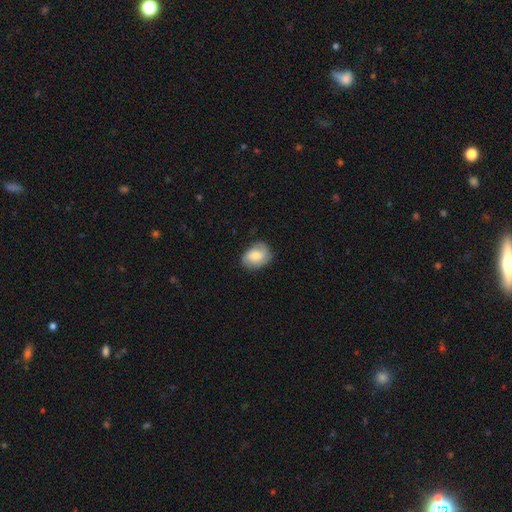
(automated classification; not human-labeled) Morphology: type=smooth (63%); roundness=in between (64%); merging=none (70%).